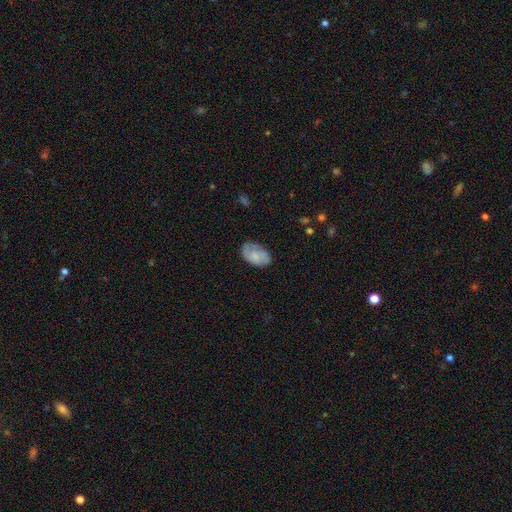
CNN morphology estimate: This appears to be a smooth galaxy with no disk features (62%) that is in between round and cigar-shaped (91%). Merging: none (68%).